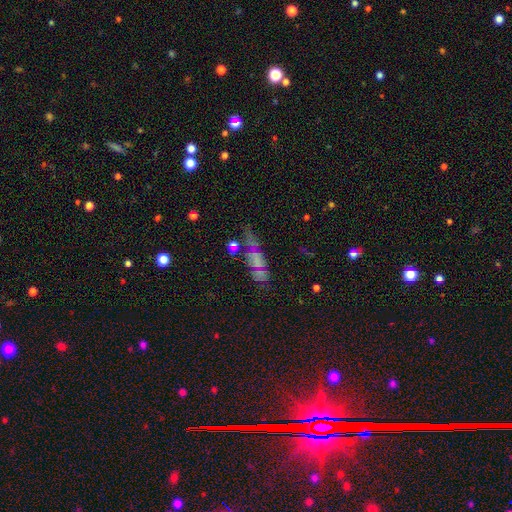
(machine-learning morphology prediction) The model was most divided on "smooth or featured" (2-way tie): featured or disk: 34%, smooth: 34%, star or artifact: 31%. Remaining: merging — none (48%).